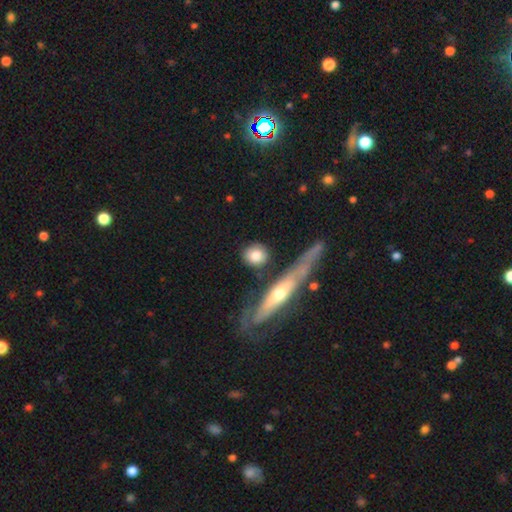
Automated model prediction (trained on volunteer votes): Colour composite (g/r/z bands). It shows a smooth galaxy with no disk features (78%) that is round (74%). Merging: none (79%).